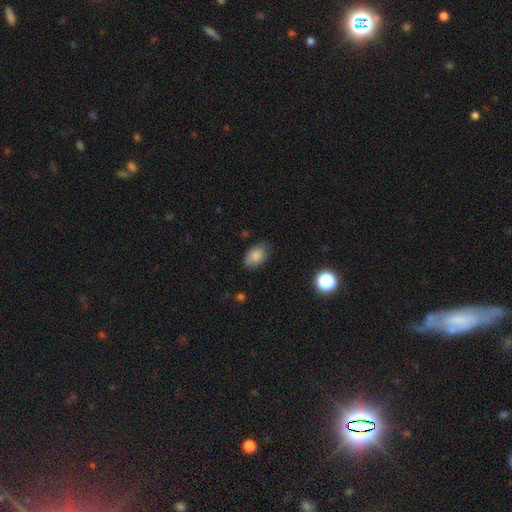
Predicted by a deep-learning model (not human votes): Overall: smooth (84%). How rounded: in between (88%). Merging: none (76%).